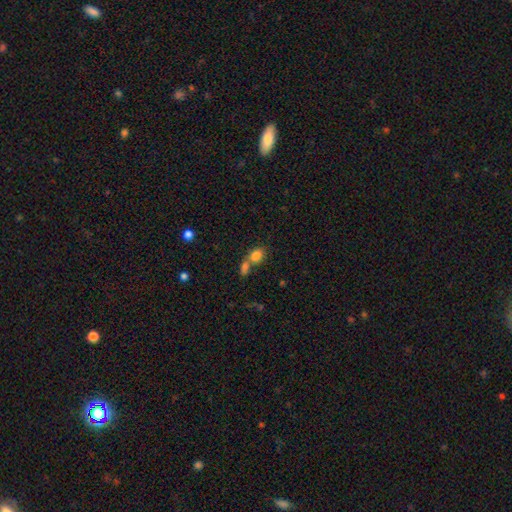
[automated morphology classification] The model was most divided on "merging": merger: 49%, none: 38%, minor disturbance: 9%, major disturbance: 4%. More confident: smooth or featured — smooth (82%); how rounded — in between (68%).